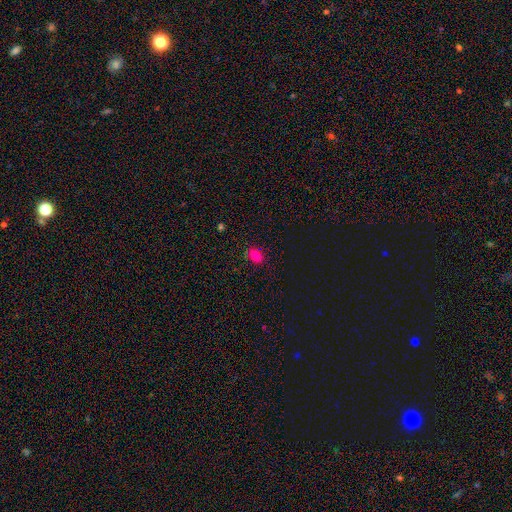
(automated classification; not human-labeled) A smooth galaxy with no disk features (80%) that is in between round and cigar-shaped (76%).

Vote fractions:
- Smooth or featured? smooth: 80% / star or artifact: 15% / featured or disk: 6%
- How rounded? in between: 76% / round: 23% / cigar-shaped: 2%
- Merging? none: 81% / minor disturbance: 15% / major disturbance: 3% / merger: 1%